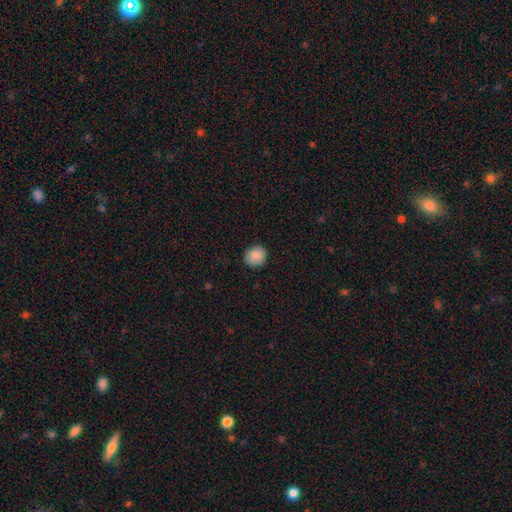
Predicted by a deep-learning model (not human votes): Smooth or featured? smooth (88%)
How rounded? round (80%)
Merging? none (88%)